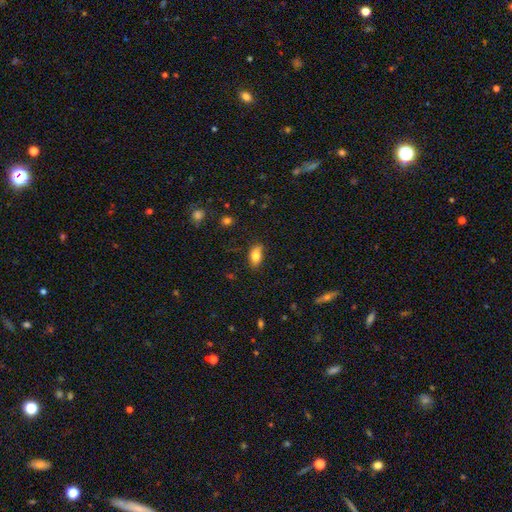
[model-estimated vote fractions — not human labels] A smooth galaxy with no disk features (81%) that is in between round and cigar-shaped (88%).

Vote fractions:
- Smooth or featured? smooth: 81% / featured or disk: 11% / star or artifact: 8%
- How rounded? in between: 88% / round: 8% / cigar-shaped: 4%
- Merging? none: 73% / minor disturbance: 21% / major disturbance: 4% / merger: 2%